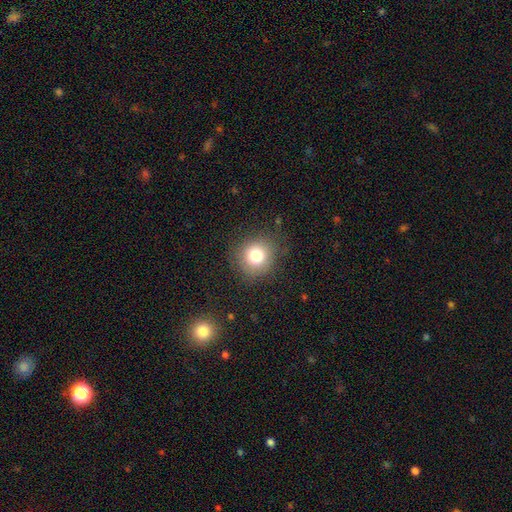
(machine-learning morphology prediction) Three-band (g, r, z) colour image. It shows a smooth galaxy with no disk features (78%) that is round (90%). Merging: none (84%).